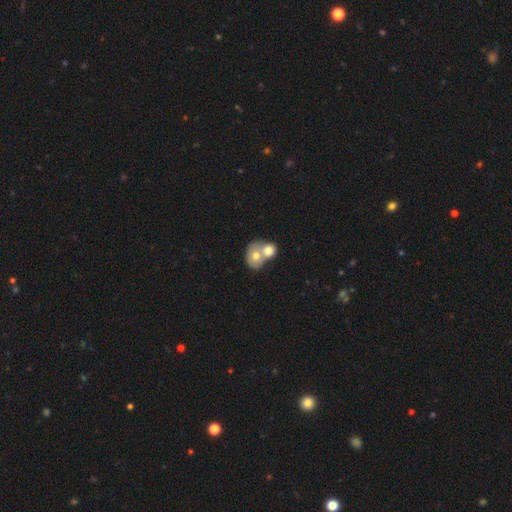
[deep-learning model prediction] Overall: smooth (68%). How rounded: round (52%; in between 47%). Merging: merger (74%).